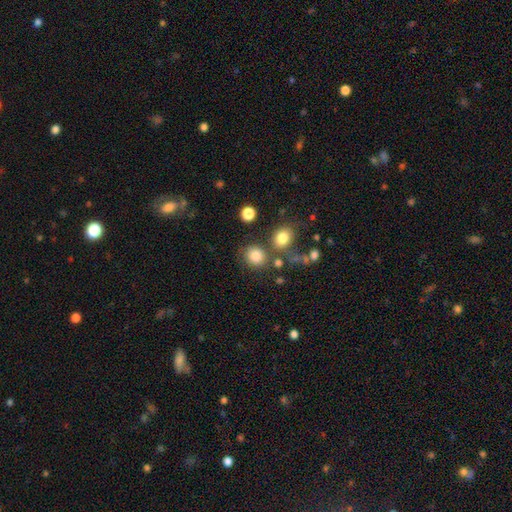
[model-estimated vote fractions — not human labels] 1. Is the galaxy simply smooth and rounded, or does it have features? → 83% smooth, 11% star or artifact, 6% featured or disk.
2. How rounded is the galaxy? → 79% round, 20% in between, 1% cigar-shaped.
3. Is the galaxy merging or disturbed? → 68% none, 15% merger, 11% minor disturbance, 6% major disturbance.